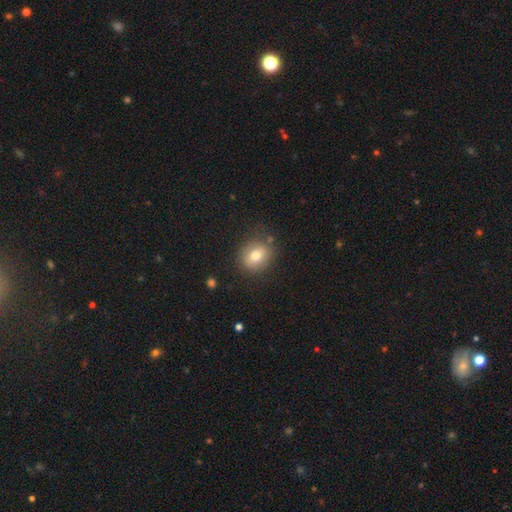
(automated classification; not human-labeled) Overall: smooth (74%). How rounded: round (64%; in between 35%). Merging: none (80%).